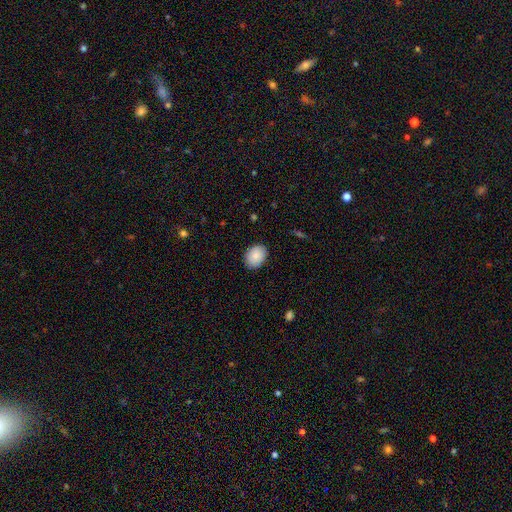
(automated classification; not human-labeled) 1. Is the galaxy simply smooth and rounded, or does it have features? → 87% smooth, 7% star or artifact, 6% featured or disk.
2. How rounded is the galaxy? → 62% in between, 37% round, 1% cigar-shaped.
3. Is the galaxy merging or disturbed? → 88% none, 9% minor disturbance, 2% major disturbance, 1% merger.